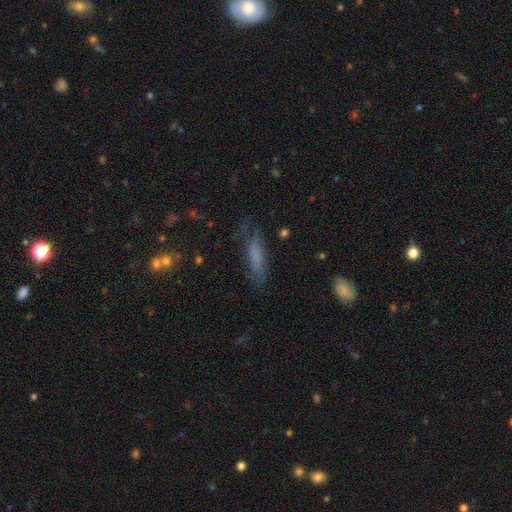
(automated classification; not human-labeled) smooth-or-featured: smooth: 60% | featured or disk: 28% | star or artifact: 12%
  how-rounded: cigar-shaped: 60% | in between: 37% | round: 3%
  merging: none: 67% | minor disturbance: 21% | major disturbance: 9% | merger: 2%